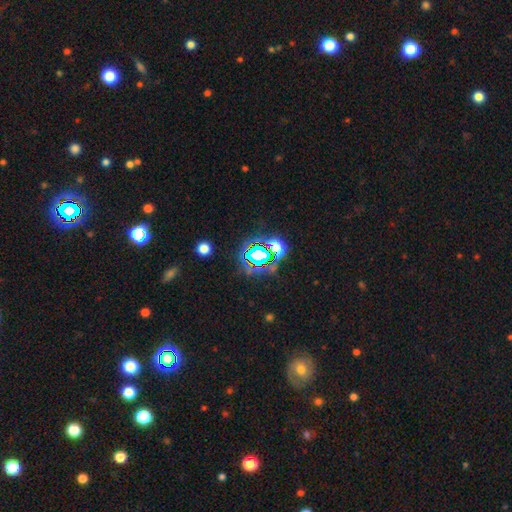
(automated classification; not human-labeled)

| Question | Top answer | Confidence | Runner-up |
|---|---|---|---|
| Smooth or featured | star or artifact | 74% | smooth (16%) |